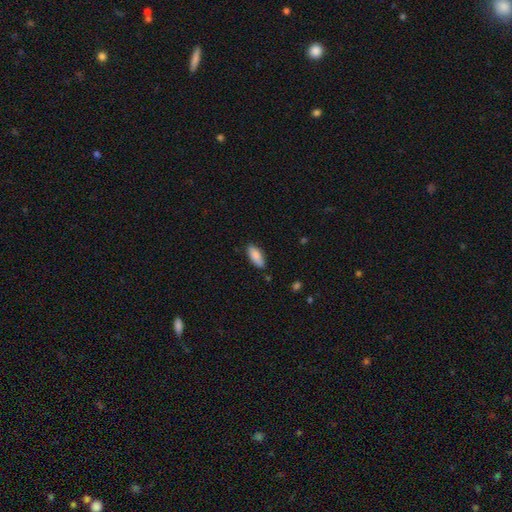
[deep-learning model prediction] smooth_or_featured: smooth (p=0.86) [alt: featured or disk p=0.08]
how_rounded: in between (p=0.80) [alt: cigar-shaped p=0.18]
merging: none (p=0.82) [alt: minor disturbance p=0.14]